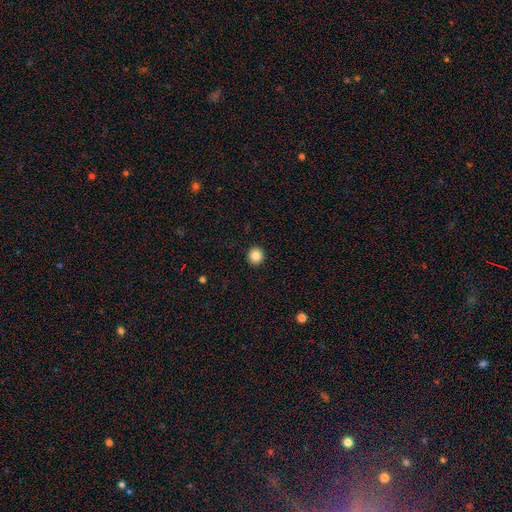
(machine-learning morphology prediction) smooth-or-featured: smooth: 85% | star or artifact: 10% | featured or disk: 6%
  how-rounded: round: 91% | in between: 8% | cigar-shaped: 1%
  merging: none: 93% | minor disturbance: 4% | major disturbance: 1% | merger: 1%